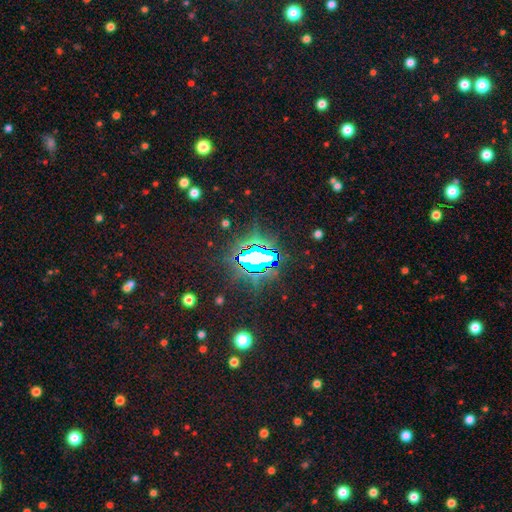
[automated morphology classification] Overall: star or artifact (80%).